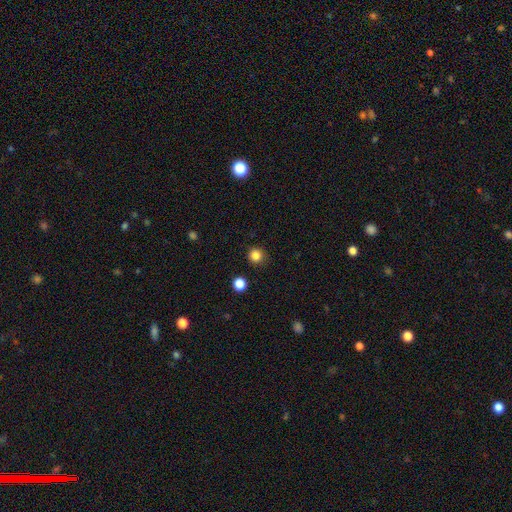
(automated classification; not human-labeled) Smooth or featured? Predicted: smooth (p=0.84). How rounded? Predicted: round (p=0.94). Merging? Predicted: none (p=0.91).